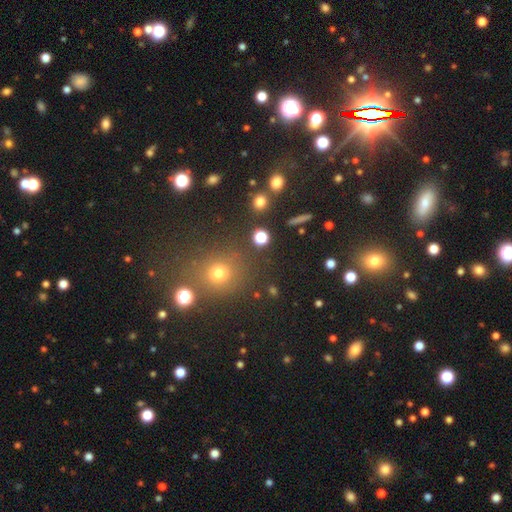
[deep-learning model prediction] The model was most divided on "smooth or featured": star or artifact: 47%, smooth: 45%, featured or disk: 9%.